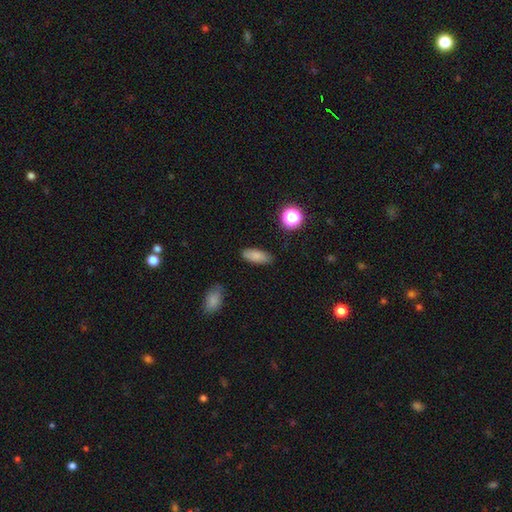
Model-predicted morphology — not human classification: Smooth or featured?
  - smooth: 83% *
  - star or artifact: 10%
  - featured or disk: 7%
How rounded?
  - in between: 80% *
  - cigar-shaped: 17%
  - round: 4%
Merging?
  - none: 84% *
  - minor disturbance: 12%
  - major disturbance: 3%
  - merger: 2%